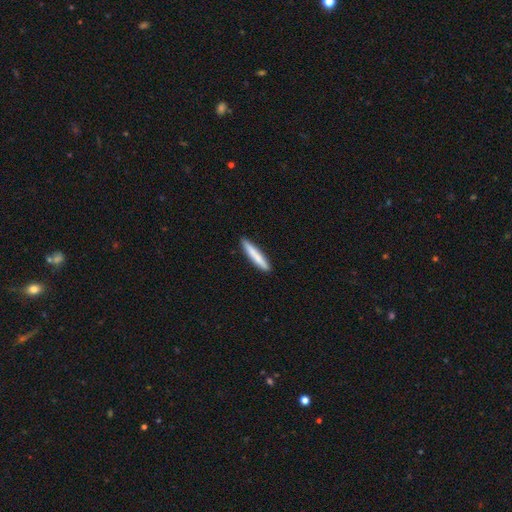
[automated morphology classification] This appears to be a smooth galaxy with no disk features (77%) that is cigar-shaped (94%). Merging: none (91%).